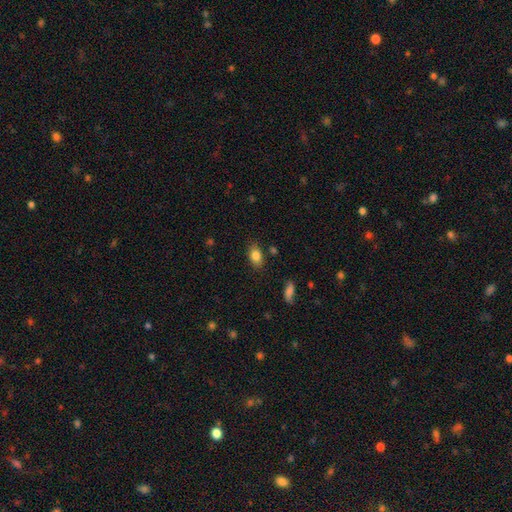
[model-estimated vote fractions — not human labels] Smooth or featured: smooth — 85% (star or artifact — 8%)
How rounded: in between — 87% (round — 11%)
Merging: none — 82% (minor disturbance — 12%)